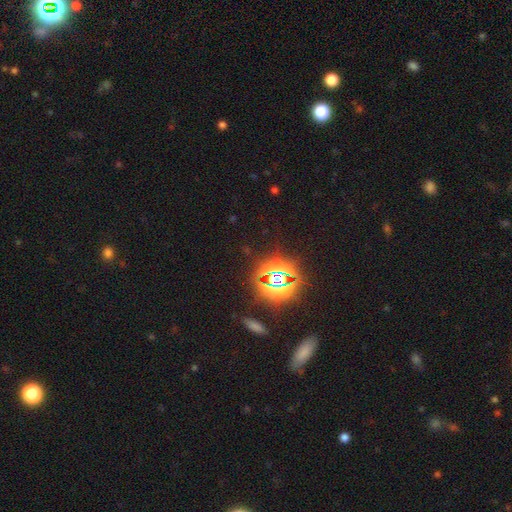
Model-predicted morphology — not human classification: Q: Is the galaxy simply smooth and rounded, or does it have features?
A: star or artifact — 80%.